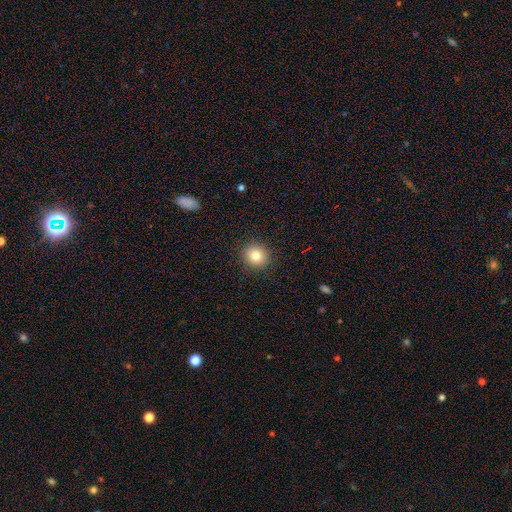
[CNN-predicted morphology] Smooth or featured? Predicted: smooth (p=0.81). How rounded? Predicted: round (p=0.86). Merging? Predicted: none (p=0.91).